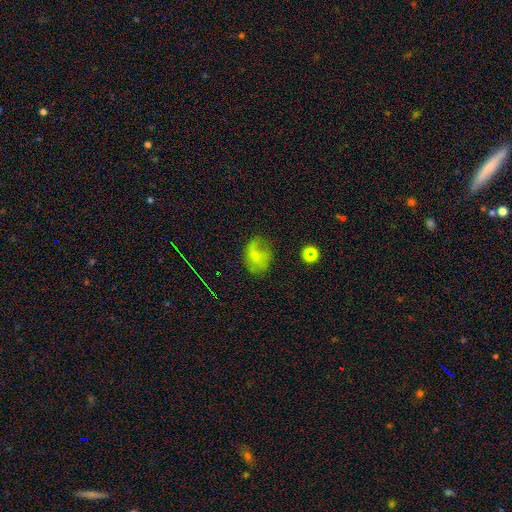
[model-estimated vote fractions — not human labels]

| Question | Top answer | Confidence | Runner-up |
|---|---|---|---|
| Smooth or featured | smooth | 53% | featured or disk (28%) |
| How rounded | in between | 64% | round (34%) |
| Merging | none | 49% | minor disturbance (28%) |